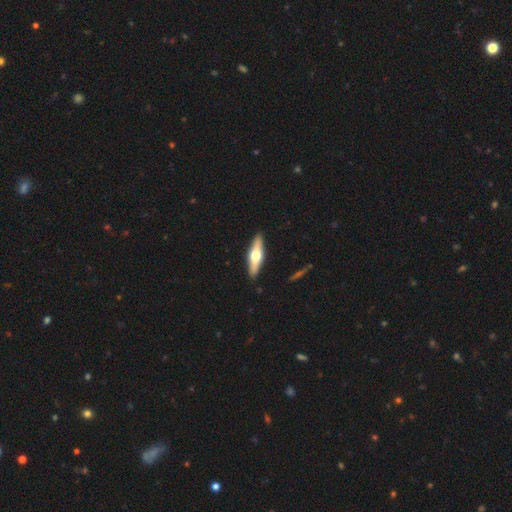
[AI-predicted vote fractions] A featured or disk galaxy (53%) viewed edge-on (90%).

Vote fractions:
- Smooth or featured? featured or disk: 53% / smooth: 42% / star or artifact: 5%
- Edge-on disk? yes: 90% / no: 10%
- Merging? none: 90% / minor disturbance: 7% / major disturbance: 1% / merger: 1%